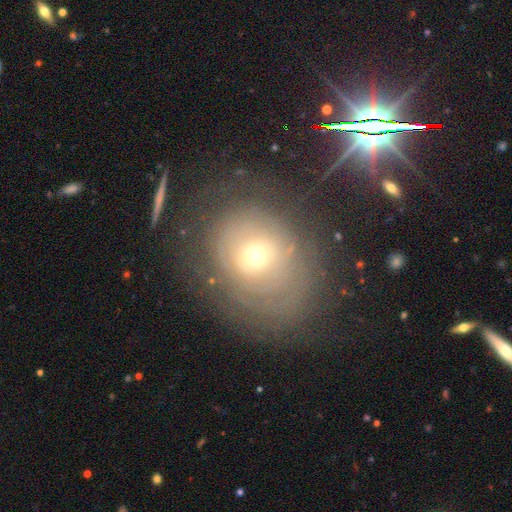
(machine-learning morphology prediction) Smooth or featured? featured or disk (50%)
Merging? none (58%)